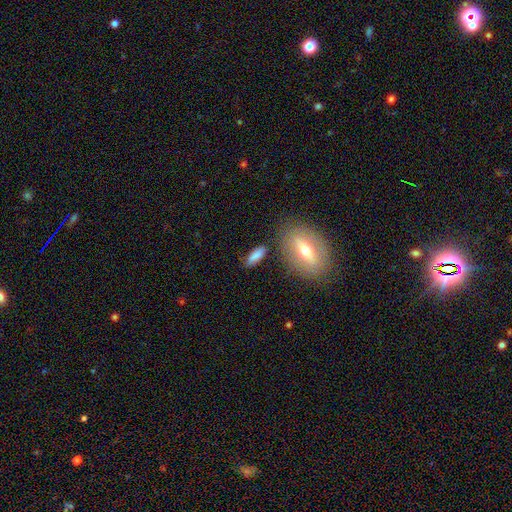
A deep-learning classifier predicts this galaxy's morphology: This is likely a smooth galaxy (80%). How rounded: possibly in between (49%). Merging: likely none (78%).